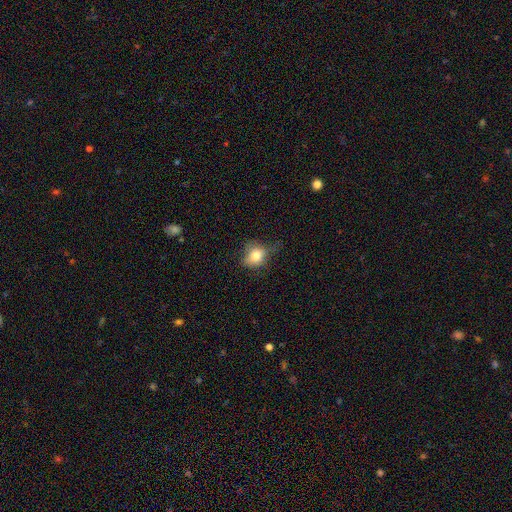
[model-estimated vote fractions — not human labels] smooth 75%, featured or disk 14%, star or artifact 11%. Down the decision tree: how rounded — round (66%); merging — none (55%).